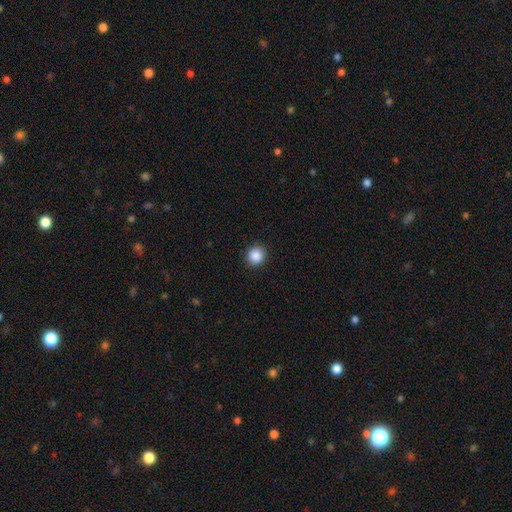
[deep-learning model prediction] The model was most divided on "smooth or featured": smooth: 88%, star or artifact: 9%, featured or disk: 3%. More confident: how rounded — round (91%); merging — none (91%).